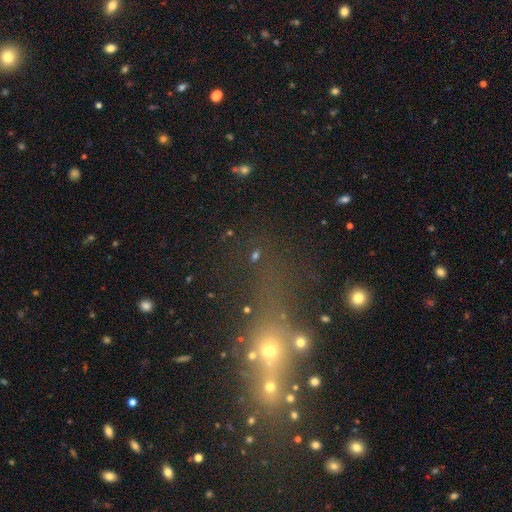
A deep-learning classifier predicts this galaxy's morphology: smooth 43%, star or artifact 41%, featured or disk 17%. Down the decision tree: merging — none (50%).